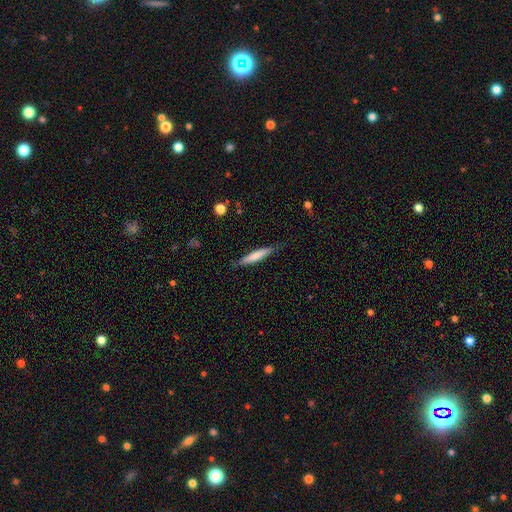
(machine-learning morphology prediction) Overall: smooth (69%). How rounded: cigar-shaped (91%). Merging: none (81%).